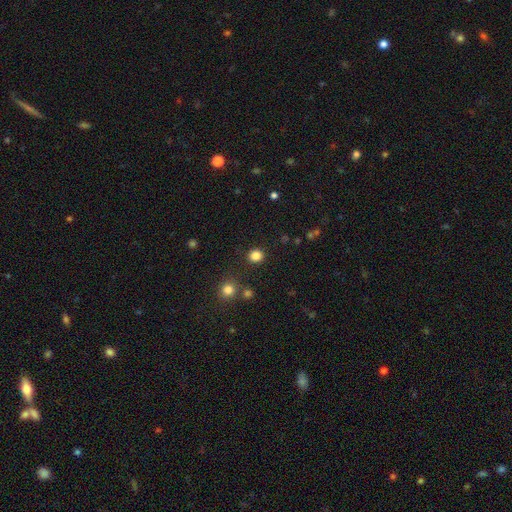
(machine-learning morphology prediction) This appears to be a smooth galaxy with no disk features (83%) that is round (86%). Merging: none (89%).